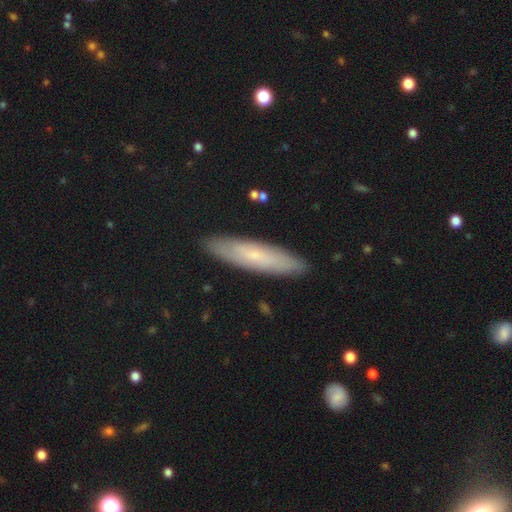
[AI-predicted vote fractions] This appears to be a smooth galaxy with no disk features (54%) that is cigar-shaped (77%). Merging: none (89%).